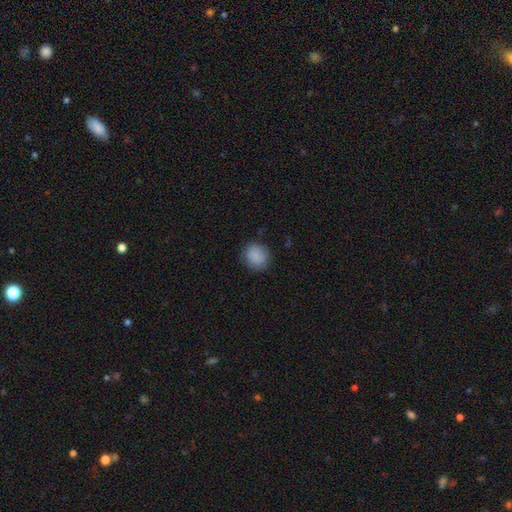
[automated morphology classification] Smooth or featured? smooth (87%)
How rounded? round (80%)
Merging? none (84%)